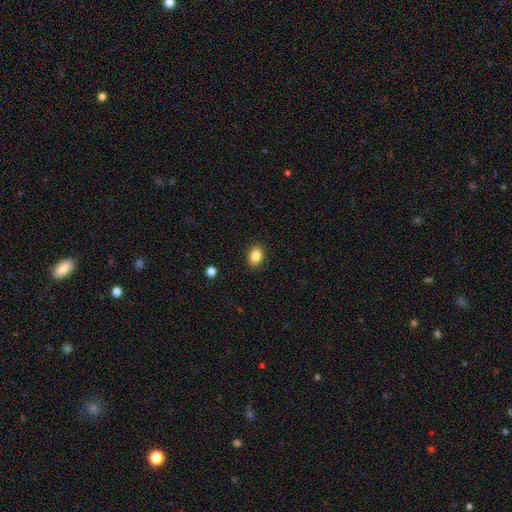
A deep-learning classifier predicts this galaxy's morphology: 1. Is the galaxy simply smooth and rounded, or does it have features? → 85% smooth, 9% star or artifact, 6% featured or disk.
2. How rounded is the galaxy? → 68% in between, 31% round, 1% cigar-shaped.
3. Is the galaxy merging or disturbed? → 90% none, 7% minor disturbance, 2% major disturbance, 1% merger.